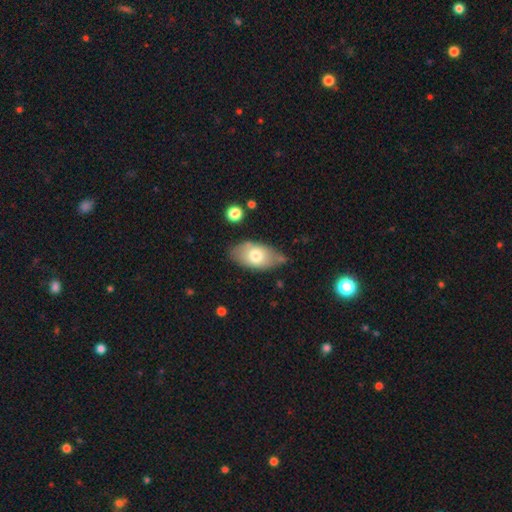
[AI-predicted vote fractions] This is likely a smooth galaxy (71%). How rounded: clearly in between (91%). Merging: likely none (64%).